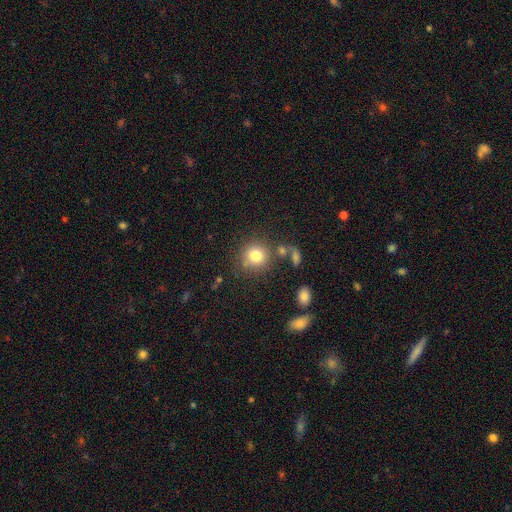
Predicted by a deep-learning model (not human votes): Smooth or featured: smooth — 80% (star or artifact — 11%)
How rounded: round — 89% (in between — 10%)
Merging: none — 72% (minor disturbance — 13%)